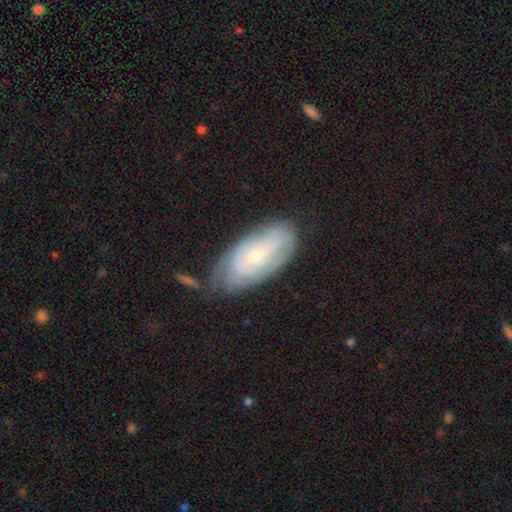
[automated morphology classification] type=featured or disk (62%); edge-on=no (92%); bar=no (70%); spiral arms=yes (77%); bulge=small (74%); merging=none (62%).